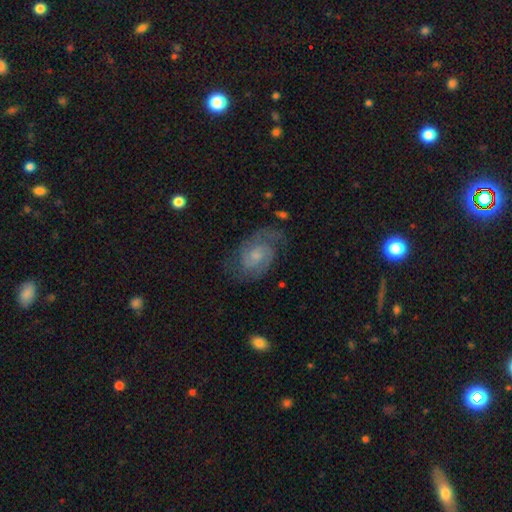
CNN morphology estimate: smooth_or_featured: featured or disk (p=0.82) [alt: smooth p=0.12]
disk_edge_on: no (p=0.98) [alt: yes p=0.02]
bar: no (p=0.59) [alt: weak p=0.36]
has_spiral_arms: yes (p=0.96) [alt: no p=0.04]
spiral_winding: medium (p=0.48) [alt: tight p=0.39]
spiral_arm_count: 2 (p=0.79) [alt: can't tell p=0.09]
bulge_size: small (p=0.55) [alt: moderate p=0.30]
merging: none (p=0.73) [alt: minor disturbance p=0.17]